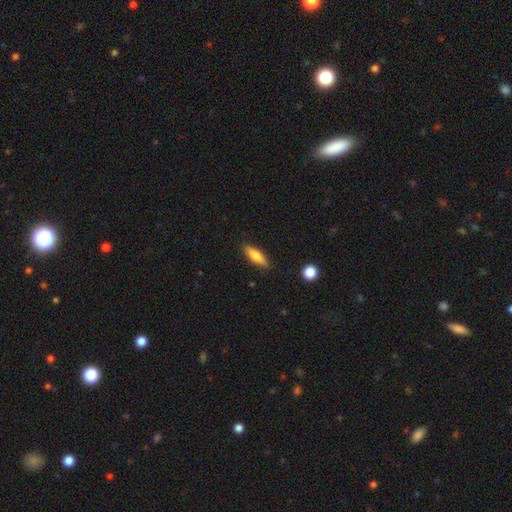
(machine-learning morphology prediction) smooth 70%, featured or disk 24%, star or artifact 6%. Down the decision tree: how rounded — cigar-shaped (57%); merging — none (87%).